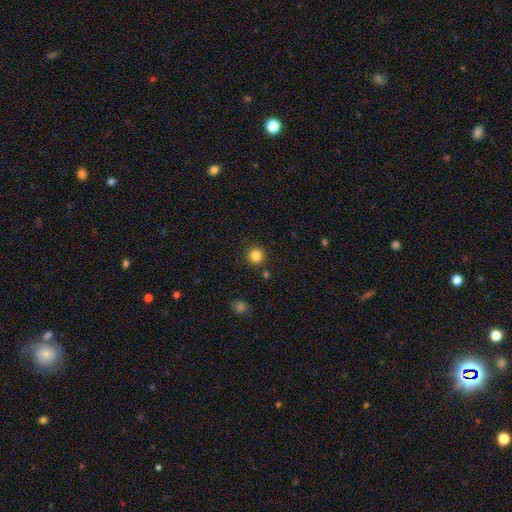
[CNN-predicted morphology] This appears to be a smooth galaxy with no disk features (84%) that is round (94%). Merging: none (89%).